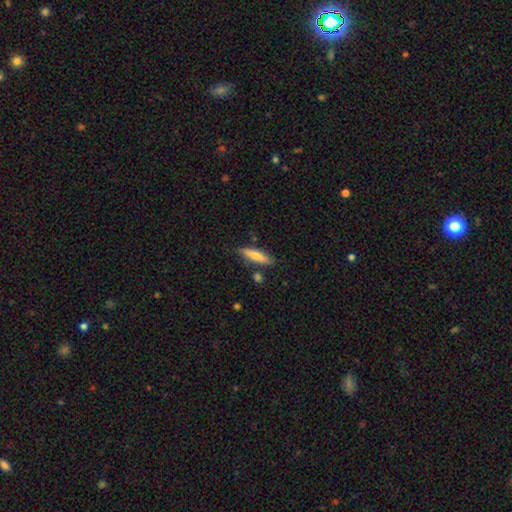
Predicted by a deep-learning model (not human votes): This is likely a smooth galaxy (70%). How rounded: likely cigar-shaped (75%). Merging: likely none (78%).